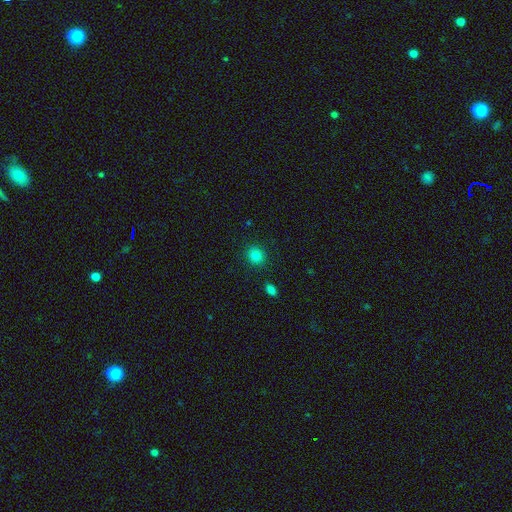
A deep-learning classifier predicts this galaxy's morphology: Smooth or featured? Predicted: smooth (p=0.82). How rounded? Predicted: round (p=0.85). Merging? Predicted: none (p=0.90).